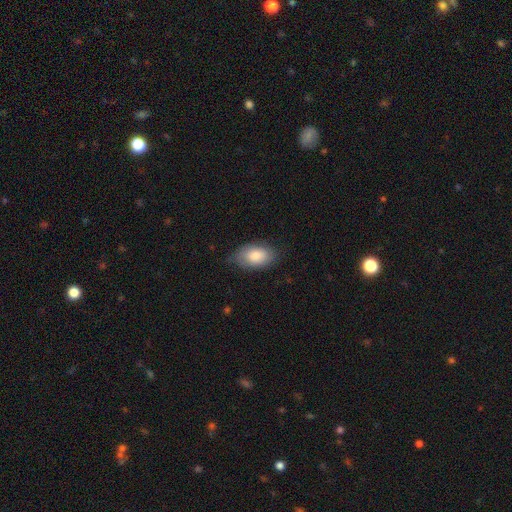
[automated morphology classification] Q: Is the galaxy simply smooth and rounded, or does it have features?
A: smooth — 80%.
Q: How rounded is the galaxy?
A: in between — 93%.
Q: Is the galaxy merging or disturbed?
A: none — 71%.